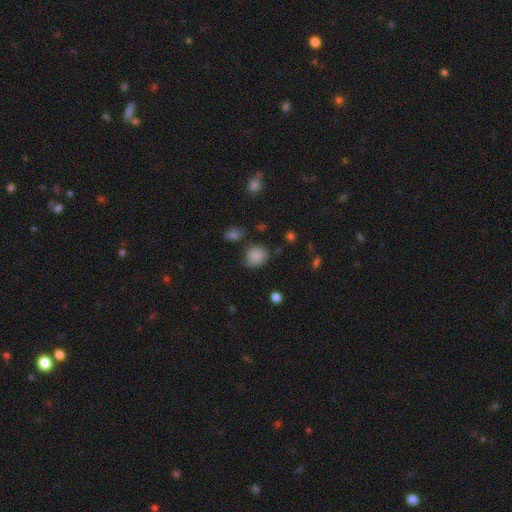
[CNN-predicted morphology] The model was most divided on "how rounded": round: 67%, in between: 32%, cigar-shaped: 1%. More confident: smooth or featured — smooth (85%); merging — none (72%).